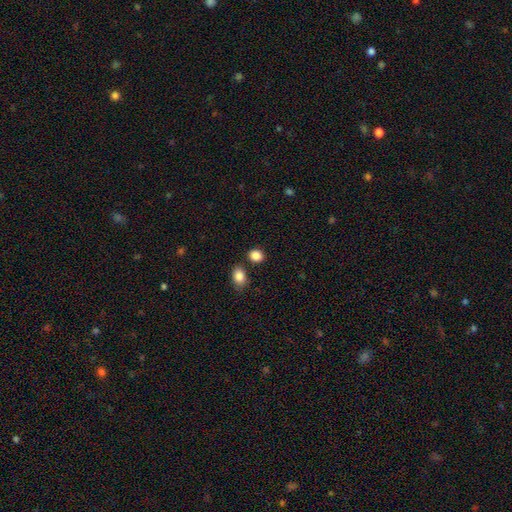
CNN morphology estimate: type=smooth (87%); roundness=round (51%); merging=none (78%).